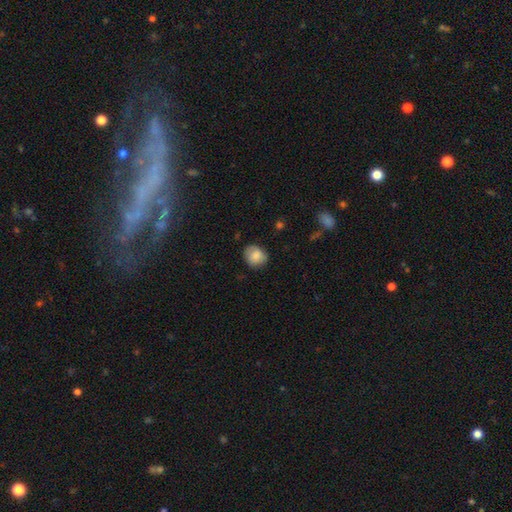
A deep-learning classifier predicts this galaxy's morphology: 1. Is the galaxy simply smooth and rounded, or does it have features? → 82% smooth, 10% featured or disk, 8% star or artifact.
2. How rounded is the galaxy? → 71% round, 28% in between, 1% cigar-shaped.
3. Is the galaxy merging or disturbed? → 75% none, 20% minor disturbance, 4% major disturbance, 1% merger.